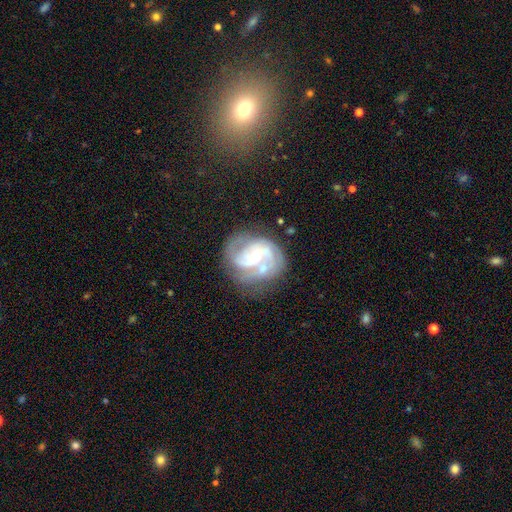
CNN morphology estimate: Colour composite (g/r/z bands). It shows a featured or disk galaxy (85%) with no bar (56%), 2 (47%) medium (44%) spiral arms (94%) and a moderate central bulge (58%). Merging: none (53%).